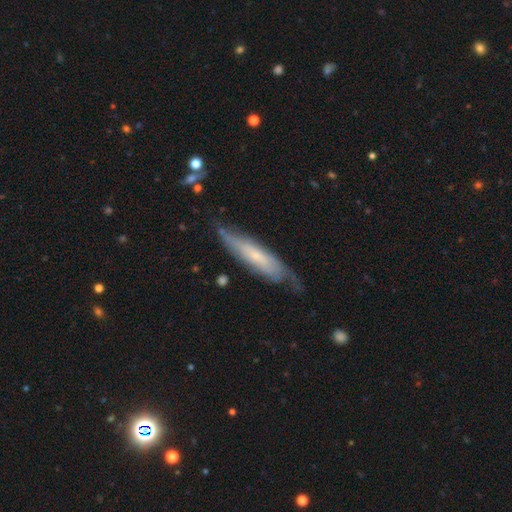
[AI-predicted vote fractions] A featured or disk galaxy (61%). Merging: none (63%).